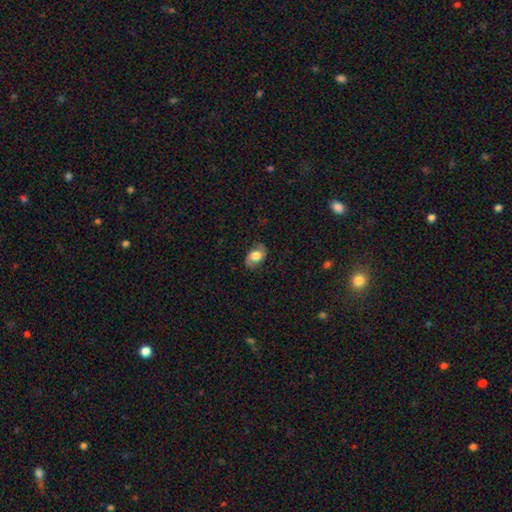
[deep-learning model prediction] Smooth or featured: smooth — 54% (featured or disk — 38%)
How rounded: in between — 82% (round — 16%)
Merging: none — 77% (minor disturbance — 16%)